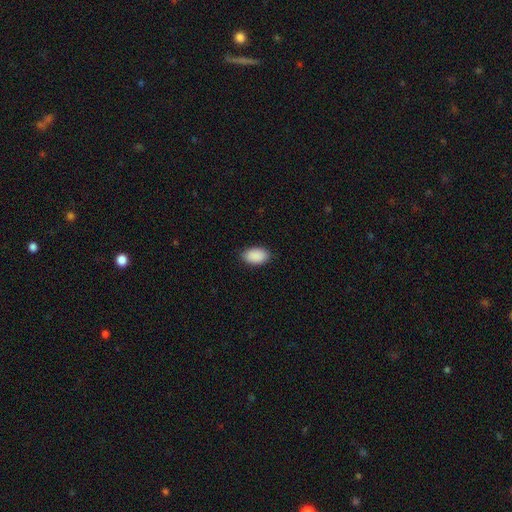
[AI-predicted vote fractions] This appears to be a smooth galaxy with no disk features (91%) that is in between round and cigar-shaped (93%). Merging: none (86%).